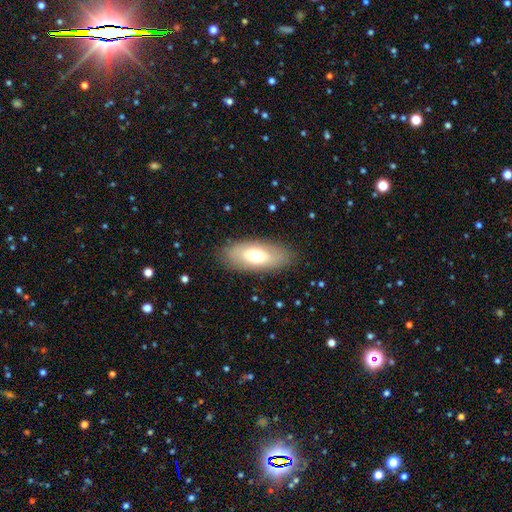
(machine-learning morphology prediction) smooth-or-featured: smooth: 62% | featured or disk: 31% | star or artifact: 7%
  how-rounded: in between: 86% | cigar-shaped: 11% | round: 3%
  merging: none: 84% | minor disturbance: 11% | major disturbance: 4% | merger: 1%